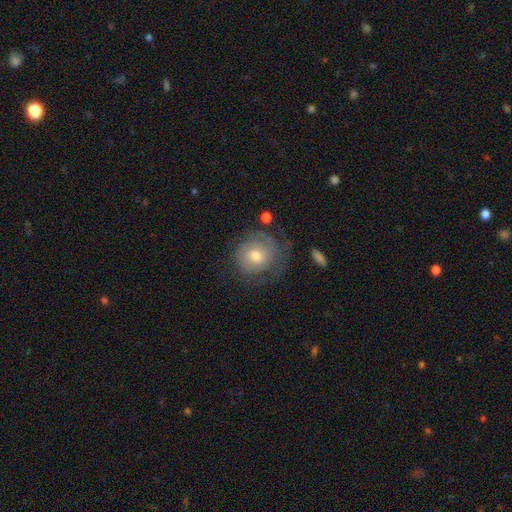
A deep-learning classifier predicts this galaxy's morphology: Smooth or featured? Predicted: featured or disk (p=0.53). Edge-on disk? Predicted: no (p=0.97). Bar? Predicted: no (p=0.76). Spiral arms? Predicted: yes (p=0.75). Bulge size? Predicted: moderate (p=0.62). Merging? Predicted: none (p=0.58).